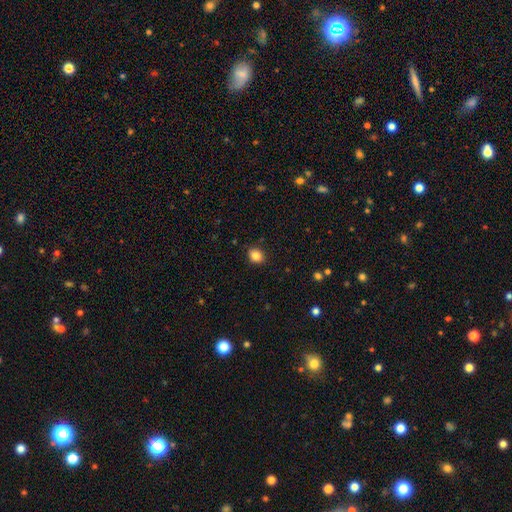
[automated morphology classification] type=smooth (86%); roundness=round (50%); merging=none (87%).